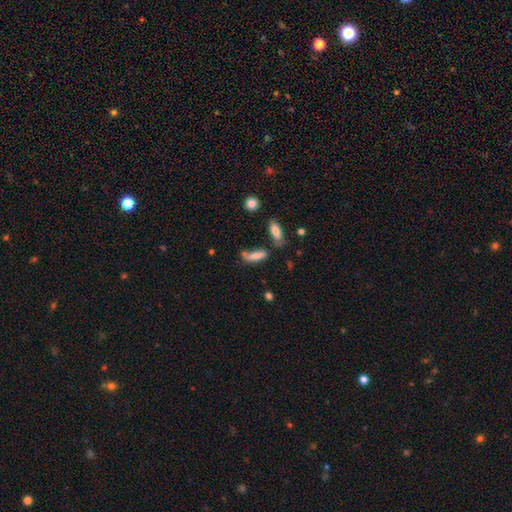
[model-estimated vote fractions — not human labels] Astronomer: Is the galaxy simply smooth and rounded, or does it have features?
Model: smooth — 73%.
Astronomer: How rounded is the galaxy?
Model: cigar-shaped — 51% (runner-up: in between, 47%).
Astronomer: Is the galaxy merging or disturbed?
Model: none — 48% (runner-up: minor disturbance, 23%).